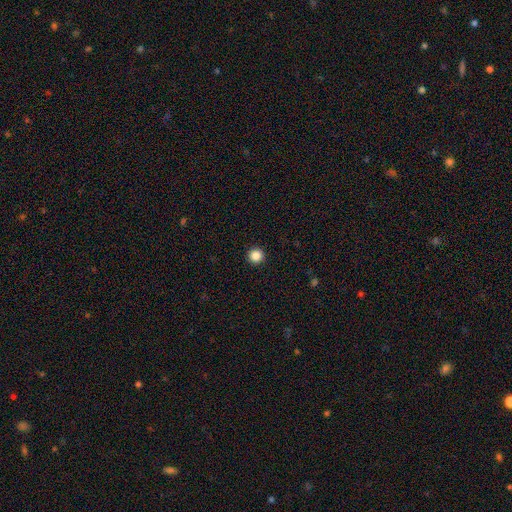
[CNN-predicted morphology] smooth_or_featured: smooth (p=0.86) [alt: star or artifact p=0.10]
how_rounded: round (p=0.96) [alt: in between p=0.03]
merging: none (p=0.94) [alt: minor disturbance p=0.04]